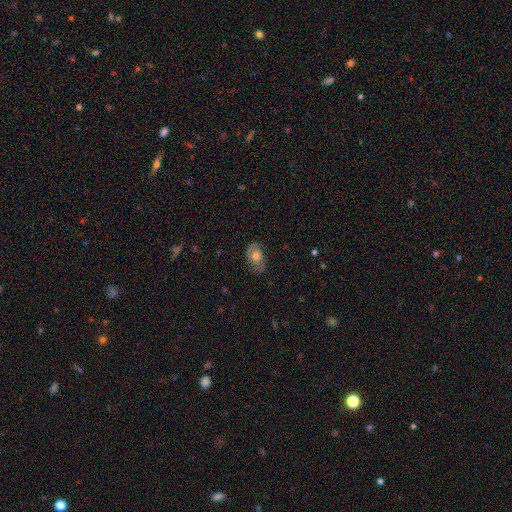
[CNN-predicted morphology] Smooth or featured: featured or disk — 49% (smooth — 41%)
Merging: none — 73% (minor disturbance — 19%)